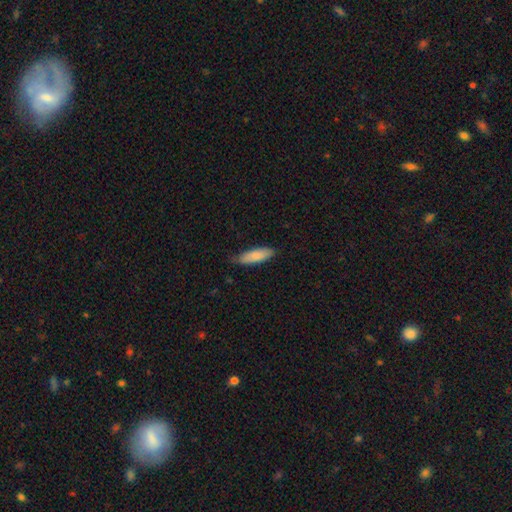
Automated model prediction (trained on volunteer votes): Q: Smooth or featured?
A: smooth (85%); runner-up: featured or disk (9%)
Q: How rounded?
A: cigar-shaped (49%); tied with: in between (49%)
Q: Merging?
A: none (78%); runner-up: minor disturbance (18%)